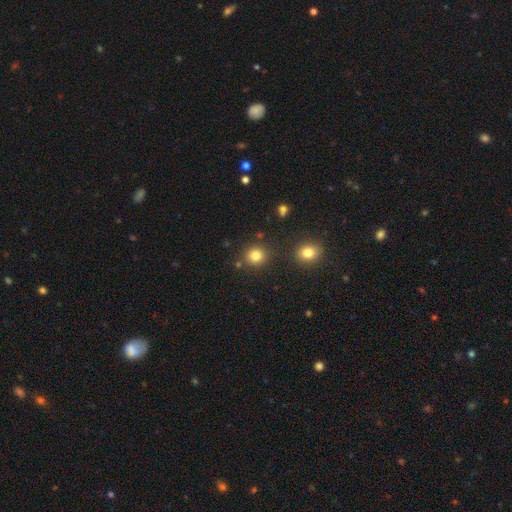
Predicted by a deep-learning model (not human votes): The model was most divided on "smooth or featured": smooth: 81%, star or artifact: 13%, featured or disk: 5%. More confident: how rounded — round (89%); merging — none (85%).